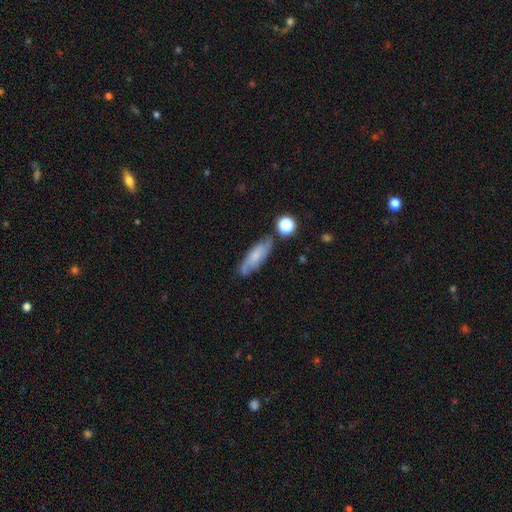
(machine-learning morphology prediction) smooth-or-featured: smooth: 55% | featured or disk: 37% | star or artifact: 9%
  how-rounded: in between: 51% | cigar-shaped: 45% | round: 3%
  merging: none: 70% | minor disturbance: 19% | merger: 6% | major disturbance: 5%